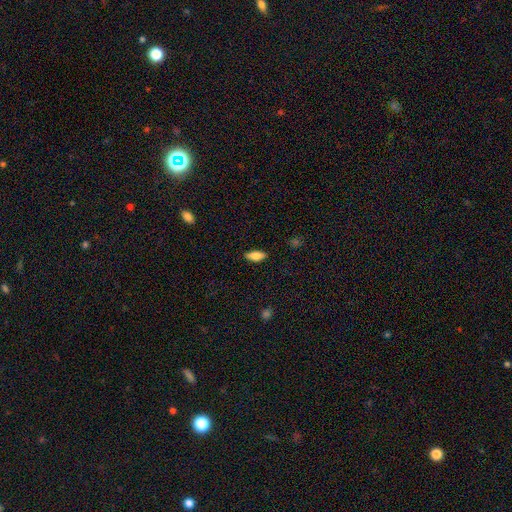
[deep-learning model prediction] smooth 78%, featured or disk 15%, star or artifact 7%. Down the decision tree: how rounded — in between (80%); merging — none (87%).